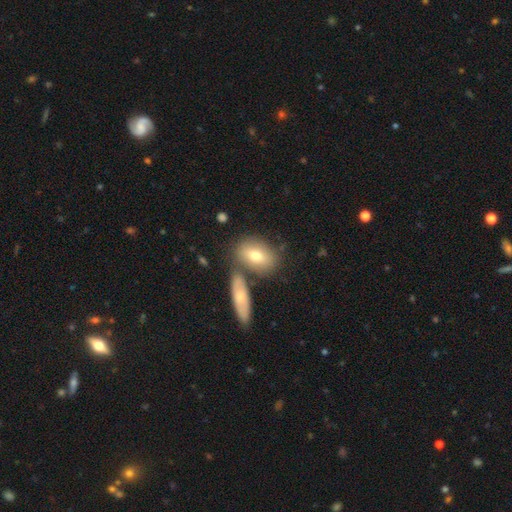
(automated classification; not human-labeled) Smooth or featured? Predicted: smooth (p=0.71). How rounded? Predicted: in between (p=0.76). Merging? Predicted: none (p=0.61).